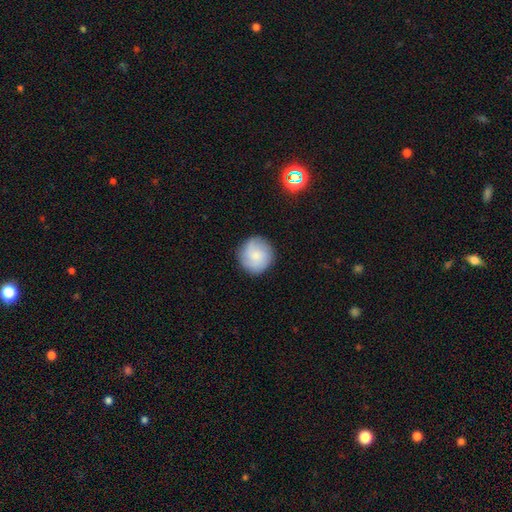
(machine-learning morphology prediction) Smooth or featured? Predicted: smooth (p=0.66). How rounded? Predicted: round (p=0.92). Merging? Predicted: none (p=0.85).